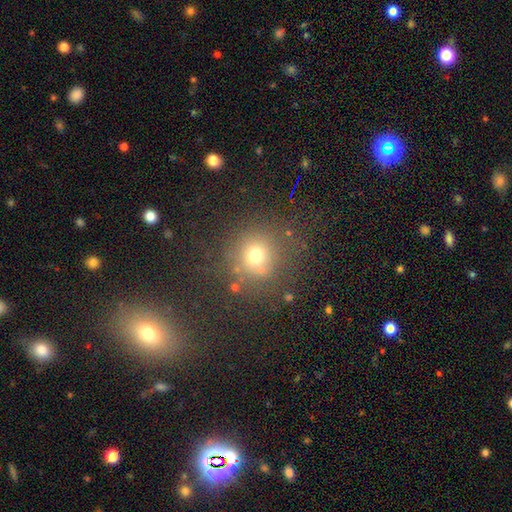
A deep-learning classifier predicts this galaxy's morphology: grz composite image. It shows a smooth galaxy with no disk features (68%) that is round (90%). Merging: none (76%).